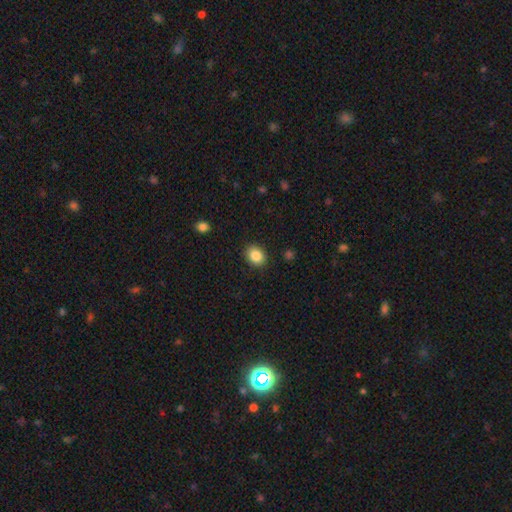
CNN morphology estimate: smooth 86%, star or artifact 9%, featured or disk 5%. Down the decision tree: how rounded — round (51%); merging — none (89%).